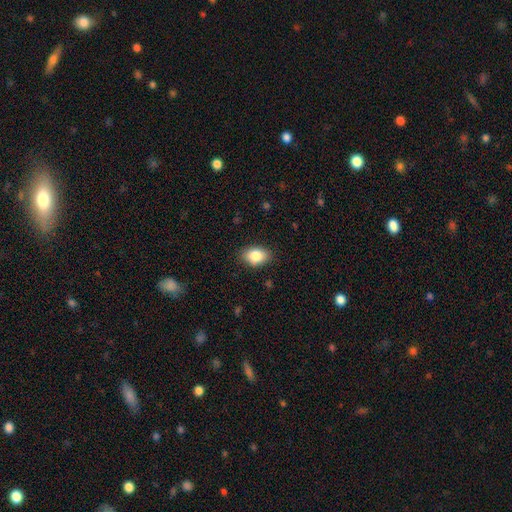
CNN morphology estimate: Overall: smooth (85%). How rounded: in between (82%). Merging: none (86%).